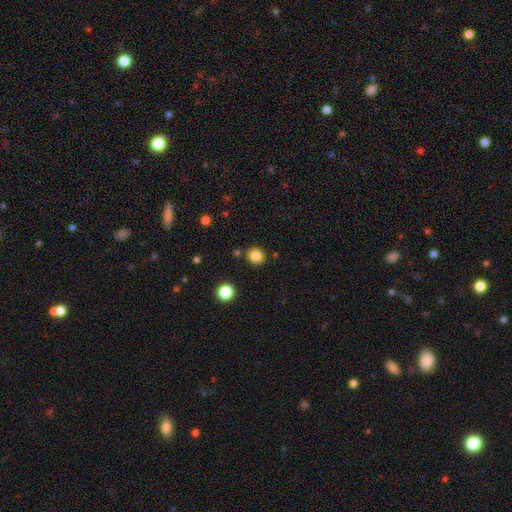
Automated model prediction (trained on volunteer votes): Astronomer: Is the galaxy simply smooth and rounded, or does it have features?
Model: smooth — 84%.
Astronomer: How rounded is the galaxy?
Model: round — 87%.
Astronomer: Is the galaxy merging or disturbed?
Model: none — 85%.